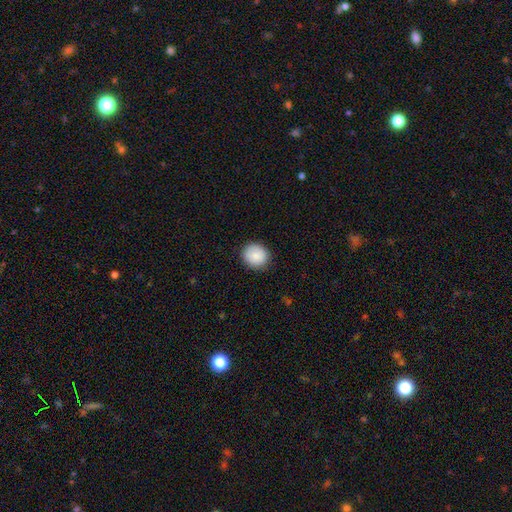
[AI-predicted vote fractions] The model was most divided on "how rounded": round: 78%, in between: 21%, cigar-shaped: 1%. More confident: smooth or featured — smooth (89%); merging — none (88%).